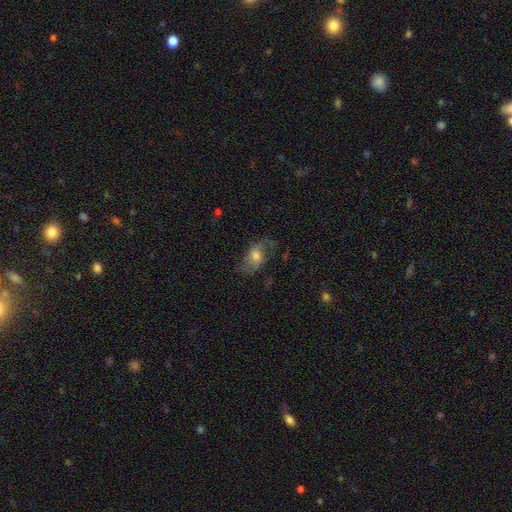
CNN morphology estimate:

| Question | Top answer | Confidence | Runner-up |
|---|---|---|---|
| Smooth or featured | featured or disk | 56% | smooth (33%) |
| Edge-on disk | no | 93% | yes (7%) |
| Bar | no | 55% | weak (36%) |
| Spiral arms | yes | 83% | no (17%) |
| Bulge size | moderate | 58% | small (24%) |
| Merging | none | 62% | minor disturbance (21%) |